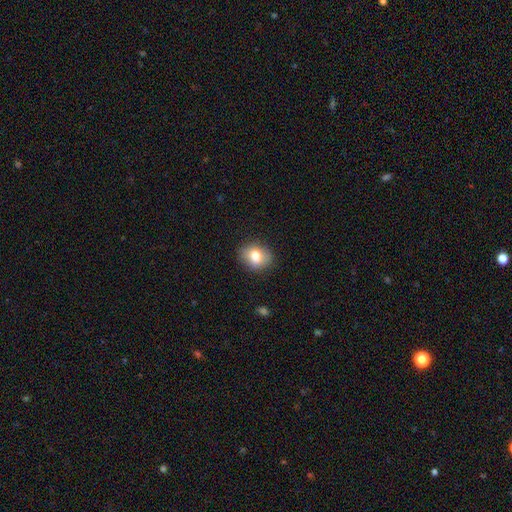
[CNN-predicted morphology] This appears to be a smooth galaxy with no disk features (77%) that is round (51%). Merging: none (86%).